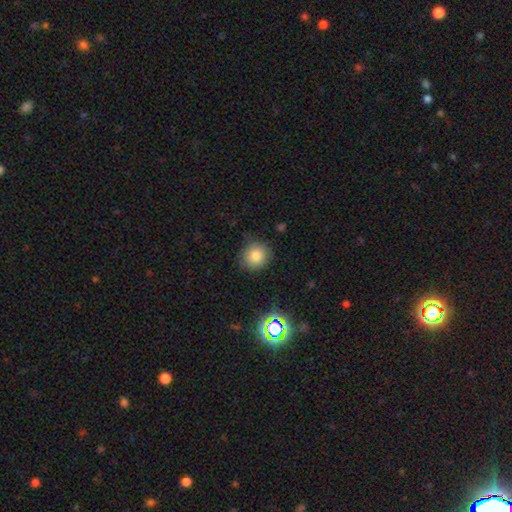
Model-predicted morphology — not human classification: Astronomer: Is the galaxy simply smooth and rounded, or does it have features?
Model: smooth — 81%.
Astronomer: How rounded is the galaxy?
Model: round — 90%.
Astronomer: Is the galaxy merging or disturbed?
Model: none — 83%.